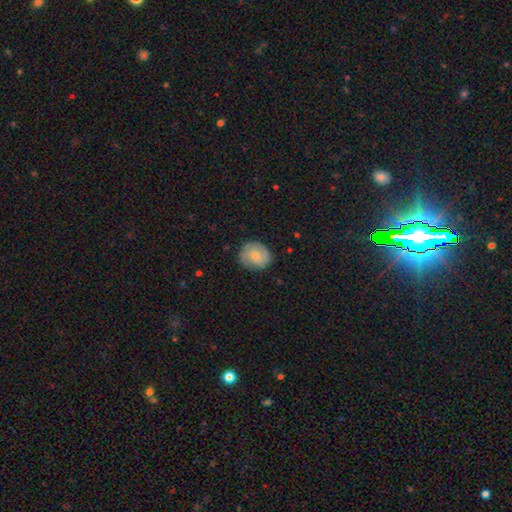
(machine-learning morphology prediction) This appears to be a smooth galaxy with no disk features (56%) that is round (75%). Merging: none (79%).